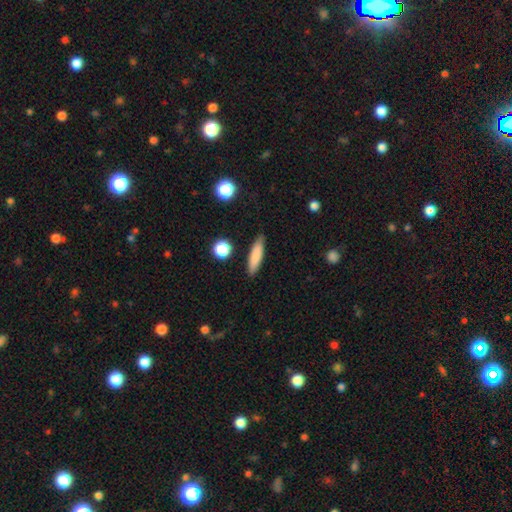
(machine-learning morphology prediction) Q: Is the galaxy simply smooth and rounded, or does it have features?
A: smooth — 81%.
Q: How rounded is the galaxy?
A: cigar-shaped — 71%.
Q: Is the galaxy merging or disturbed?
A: none — 85%.